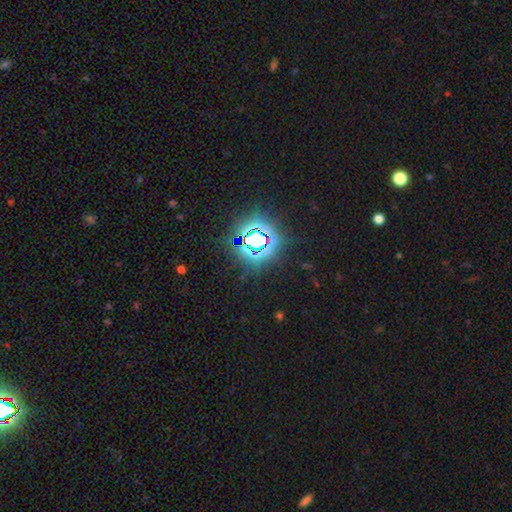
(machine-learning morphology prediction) A star or artifact, not a galaxy (83%).